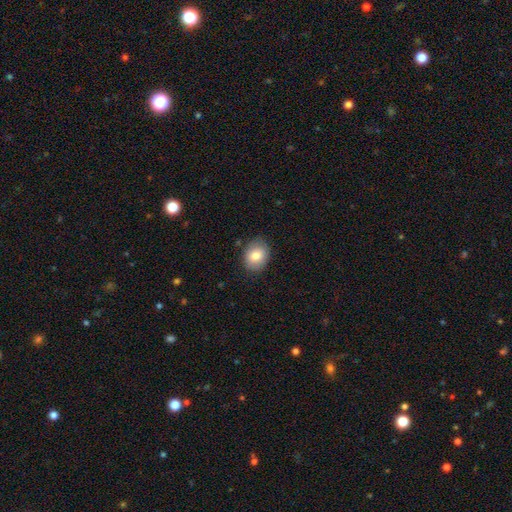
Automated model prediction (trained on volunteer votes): Smooth or featured? Predicted: smooth (p=0.80). How rounded? Predicted: in between (p=0.51). Merging? Predicted: none (p=0.82).